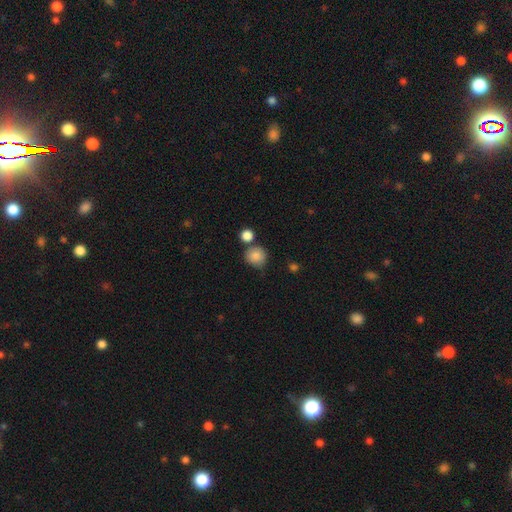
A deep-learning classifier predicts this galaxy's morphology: Overall: smooth (86%). How rounded: round (87%). Merging: none (67%).